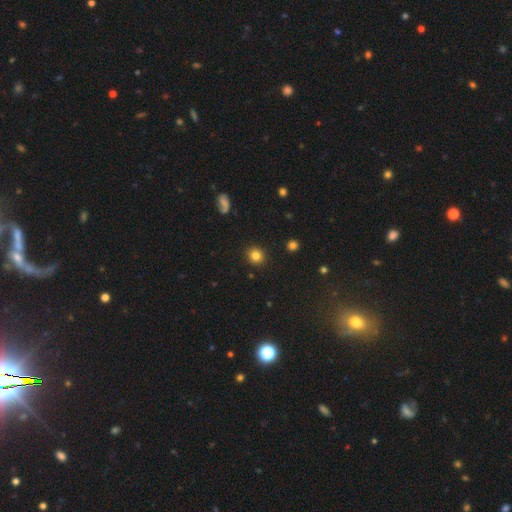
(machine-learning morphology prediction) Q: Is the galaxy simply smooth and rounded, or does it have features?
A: smooth — 83%.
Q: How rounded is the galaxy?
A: round — 90%.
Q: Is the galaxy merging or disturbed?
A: none — 92%.